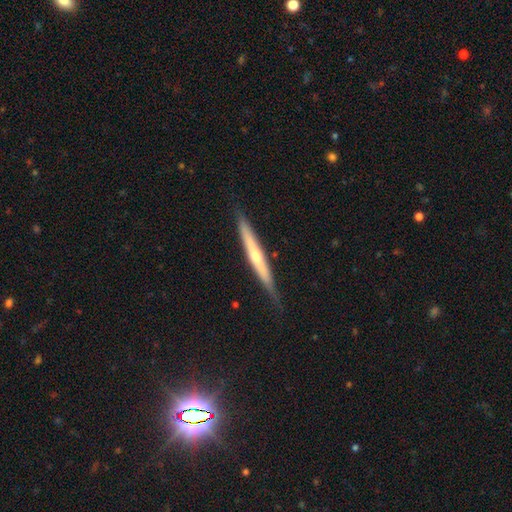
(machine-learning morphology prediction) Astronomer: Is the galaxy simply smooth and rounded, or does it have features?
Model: featured or disk — 57% (runner-up: smooth, 37%).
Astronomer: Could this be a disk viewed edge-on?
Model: yes — 96%.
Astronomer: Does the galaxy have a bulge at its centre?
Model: rounded — 61%.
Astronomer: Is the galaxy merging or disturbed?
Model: none — 83%.